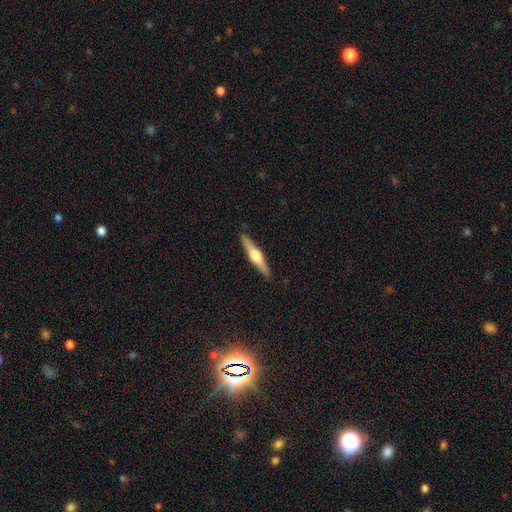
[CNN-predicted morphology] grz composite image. It shows a featured or disk galaxy (67%) viewed edge-on (97%) with a rounded central bulge (93%). Merging: none (90%).